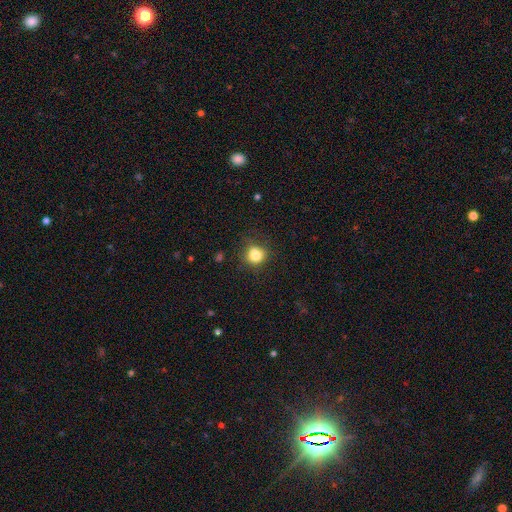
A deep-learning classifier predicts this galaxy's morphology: Smooth or featured? smooth (79%)
How rounded? round (73%)
Merging? none (61%)